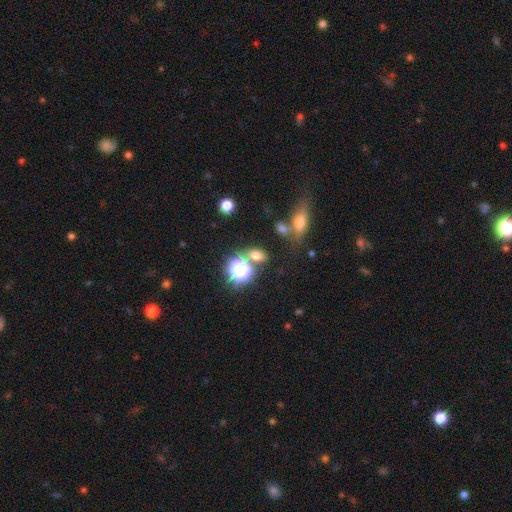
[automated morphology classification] Smooth or featured: smooth — 65% (star or artifact — 26%)
How rounded: in between — 67% (round — 29%)
Merging: none — 69% (merger — 16%)